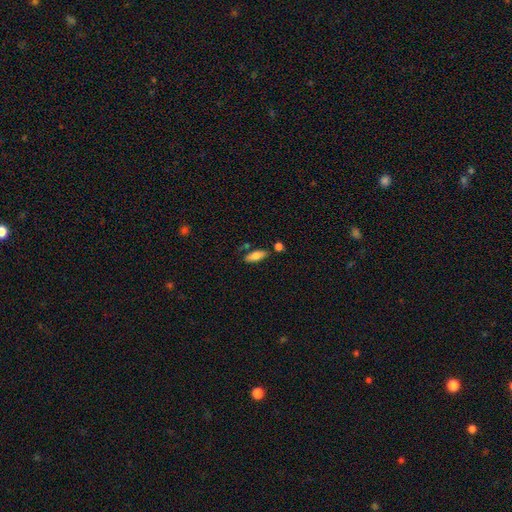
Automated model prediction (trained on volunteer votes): Smooth or featured: smooth — 76% (featured or disk — 17%)
How rounded: in between — 75% (cigar-shaped — 23%)
Merging: none — 74% (minor disturbance — 14%)